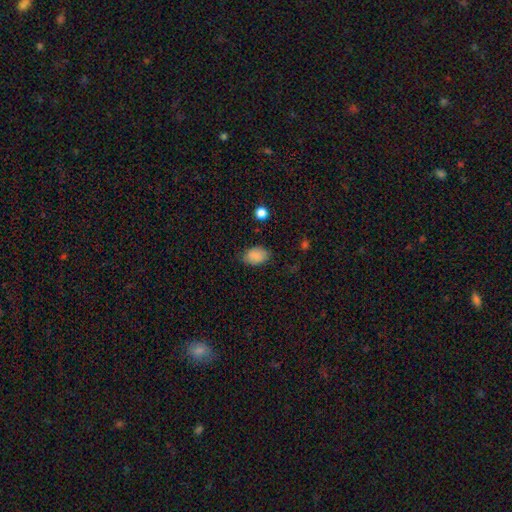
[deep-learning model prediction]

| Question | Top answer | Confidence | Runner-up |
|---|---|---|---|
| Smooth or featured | smooth | 88% | star or artifact (8%) |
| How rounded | in between | 85% | round (14%) |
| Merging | none | 79% | minor disturbance (16%) |